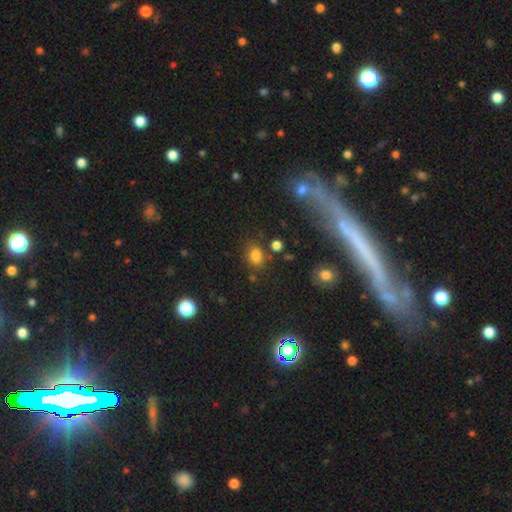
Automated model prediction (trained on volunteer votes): Q: Smooth or featured?
A: smooth (78%); runner-up: star or artifact (15%)
Q: How rounded?
A: in between (61%); runner-up: round (37%)
Q: Merging?
A: none (73%); runner-up: minor disturbance (14%)